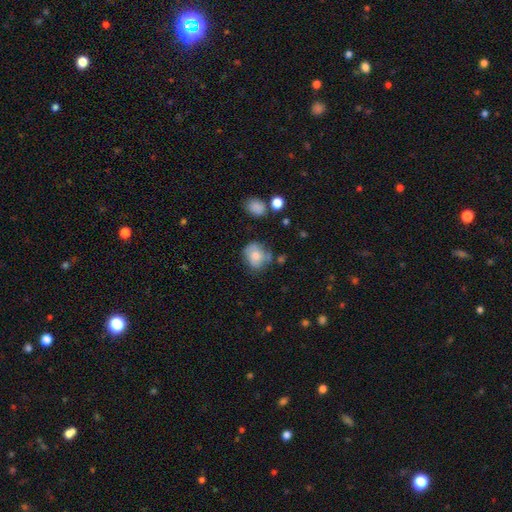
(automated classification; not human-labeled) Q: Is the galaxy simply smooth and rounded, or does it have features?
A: smooth — 69%.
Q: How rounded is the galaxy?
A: round — 64%.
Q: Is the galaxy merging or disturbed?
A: none — 57%.